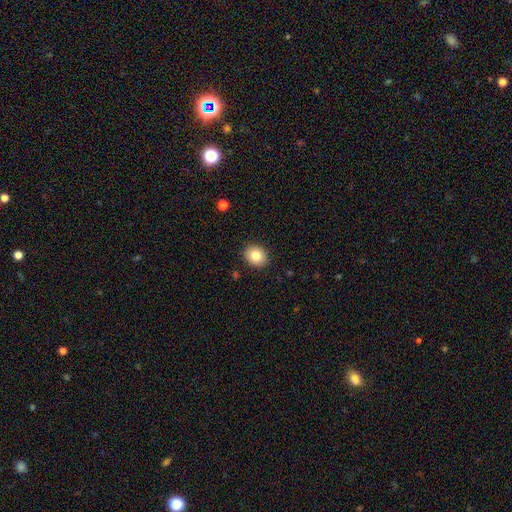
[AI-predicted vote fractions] Overall: smooth (83%). How rounded: round (66%; in between 33%). Merging: none (91%).